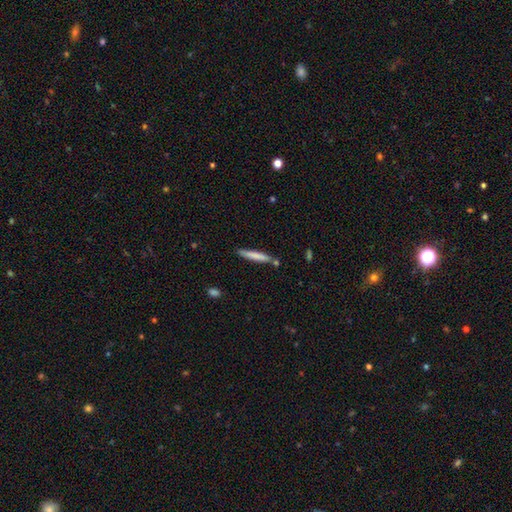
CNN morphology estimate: This is likely a smooth galaxy (74%). How rounded: clearly cigar-shaped (93%). Merging: likely none (78%).